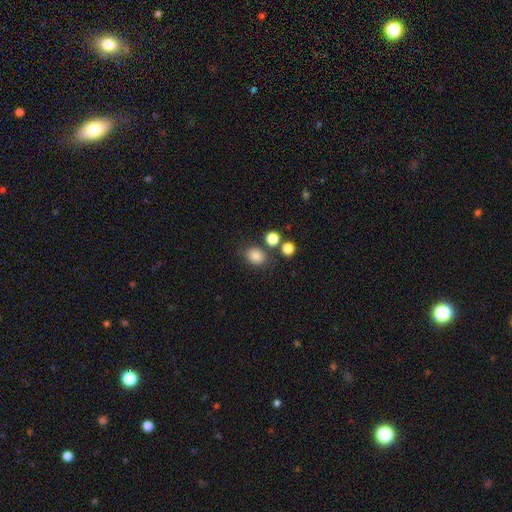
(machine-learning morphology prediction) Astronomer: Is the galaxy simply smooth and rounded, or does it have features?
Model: smooth — 82%.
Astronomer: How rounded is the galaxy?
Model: round — 52% (runner-up: in between, 47%).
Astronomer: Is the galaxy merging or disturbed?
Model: none — 76%.